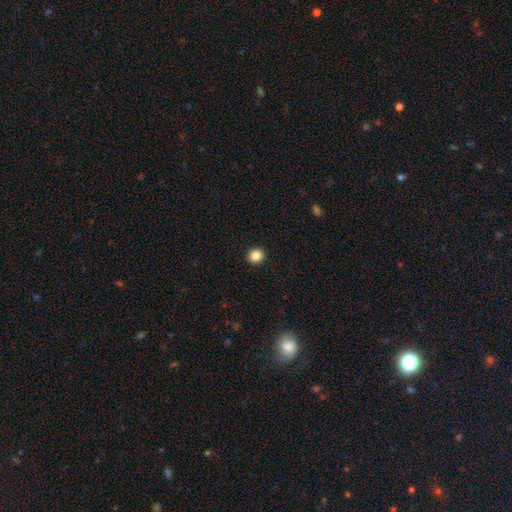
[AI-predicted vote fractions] A smooth galaxy with no disk features (86%) that is round (82%). Merging: none (93%).